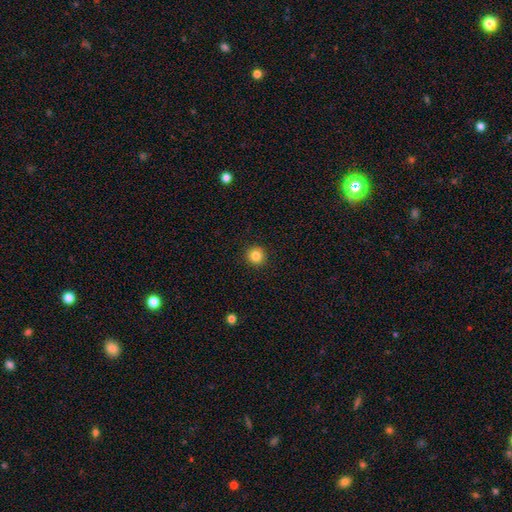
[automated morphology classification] Smooth or featured?
  - smooth: 84% *
  - star or artifact: 11%
  - featured or disk: 5%
How rounded?
  - round: 95% *
  - in between: 4%
  - cigar-shaped: 1%
Merging?
  - none: 93% *
  - minor disturbance: 5%
  - major disturbance: 2%
  - merger: 1%